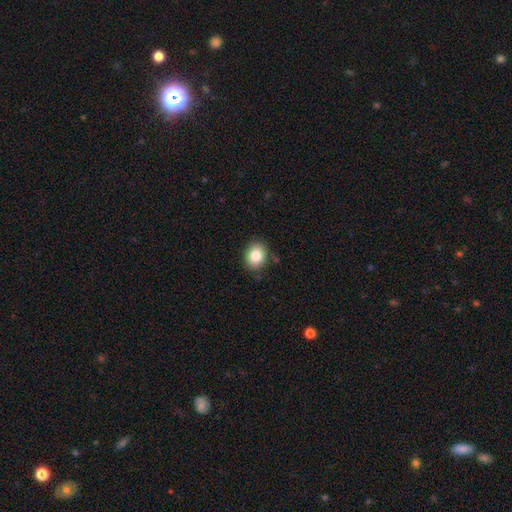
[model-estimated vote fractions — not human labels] The model was most divided on "how rounded": round: 50%, in between: 49%, cigar-shaped: 1%. More confident: merging — none (85%); smooth or featured — smooth (85%).